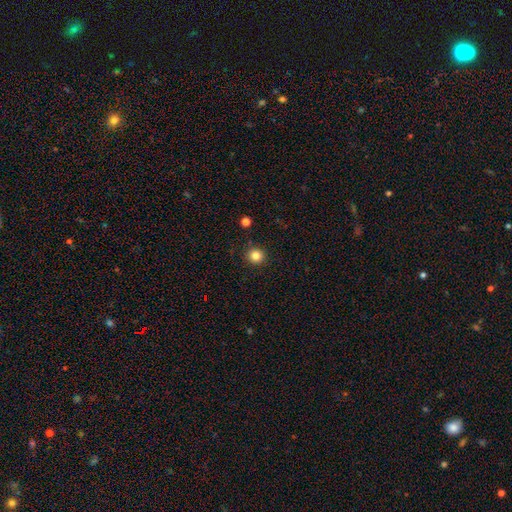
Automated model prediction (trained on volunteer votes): The model was most divided on "smooth or featured": smooth: 83%, star or artifact: 12%, featured or disk: 5%. More confident: how rounded — round (93%); merging — none (91%).